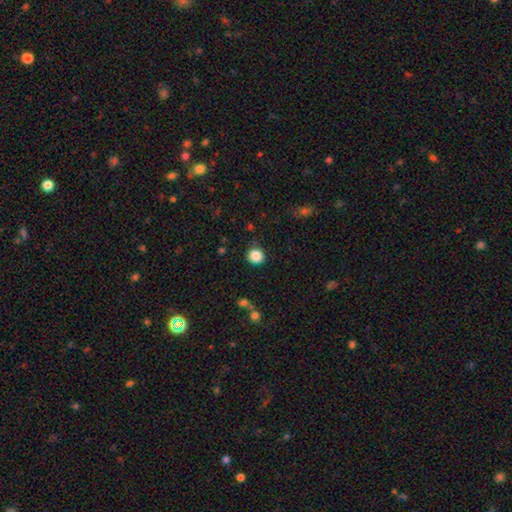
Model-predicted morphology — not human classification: A smooth galaxy with no disk features (86%) that is round (89%).

Vote fractions:
- Smooth or featured? smooth: 86% / star or artifact: 10% / featured or disk: 4%
- How rounded? round: 89% / in between: 10% / cigar-shaped: 1%
- Merging? none: 87% / minor disturbance: 8% / major disturbance: 3% / merger: 2%